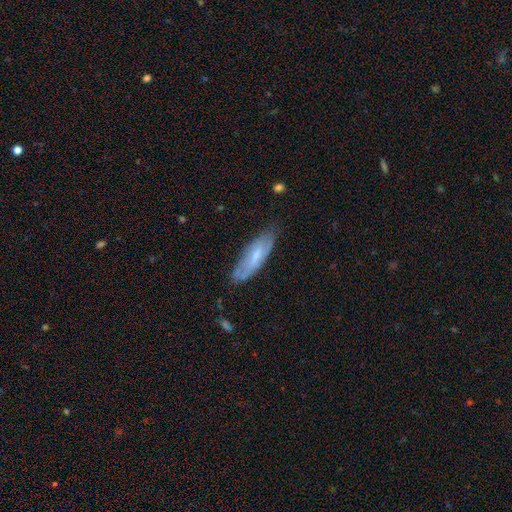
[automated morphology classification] Smooth or featured: smooth — 49% (featured or disk — 44%)
Merging: none — 70% (minor disturbance — 24%)